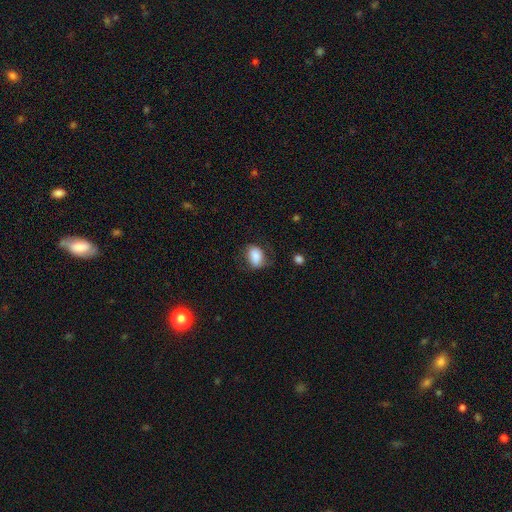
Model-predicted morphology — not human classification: Smooth or featured? Predicted: smooth (p=0.77). How rounded? Predicted: in between (p=0.78). Merging? Predicted: none (p=0.55).